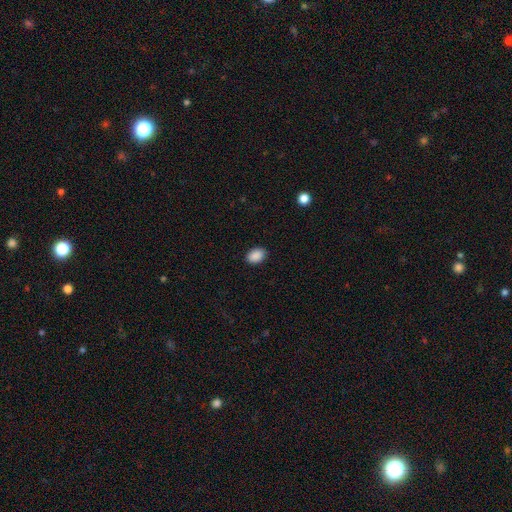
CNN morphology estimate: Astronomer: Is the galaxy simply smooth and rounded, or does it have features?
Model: smooth — 90%.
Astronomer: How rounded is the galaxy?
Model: in between — 80%.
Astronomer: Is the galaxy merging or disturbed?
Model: none — 88%.